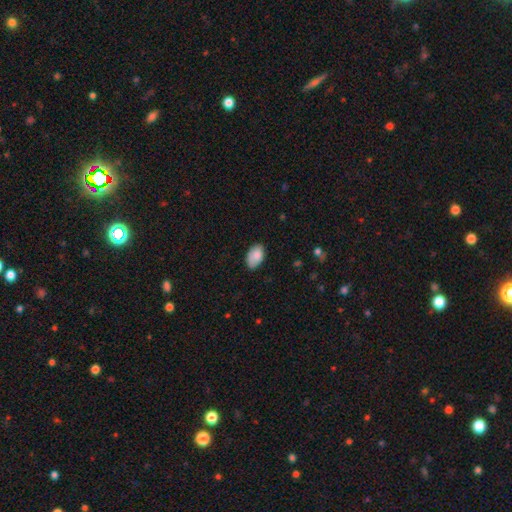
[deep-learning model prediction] smooth_or_featured: smooth (p=0.84) [alt: featured or disk p=0.09]
how_rounded: in between (p=0.93) [alt: round p=0.06]
merging: none (p=0.71) [alt: minor disturbance p=0.24]